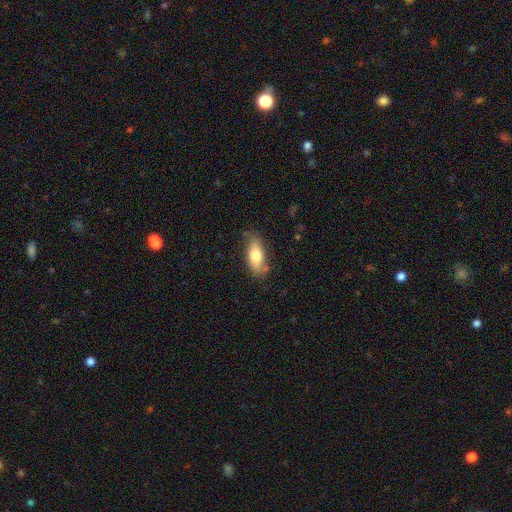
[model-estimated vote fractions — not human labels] Overall: smooth (72%). How rounded: in between (80%). Merging: none (73%).